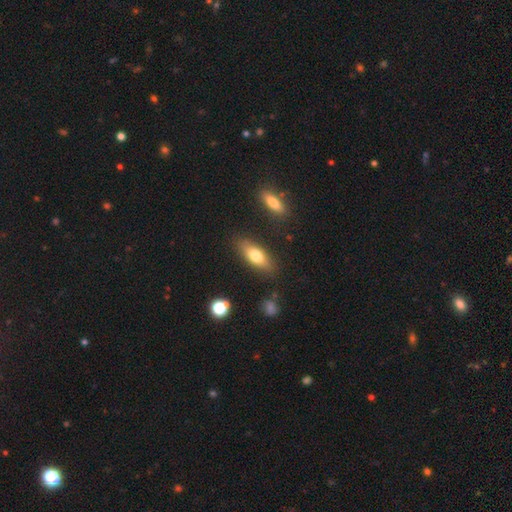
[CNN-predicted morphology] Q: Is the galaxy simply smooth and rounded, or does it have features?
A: smooth — 72%.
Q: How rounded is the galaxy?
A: in between — 72%.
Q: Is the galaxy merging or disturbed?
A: none — 83%.